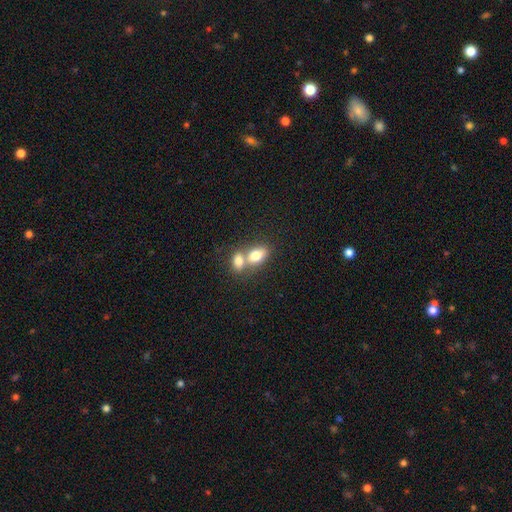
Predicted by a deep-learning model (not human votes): Q: Smooth or featured?
A: smooth (77%); runner-up: featured or disk (15%)
Q: How rounded?
A: in between (84%); runner-up: round (14%)
Q: Merging?
A: merger (66%); runner-up: none (24%)